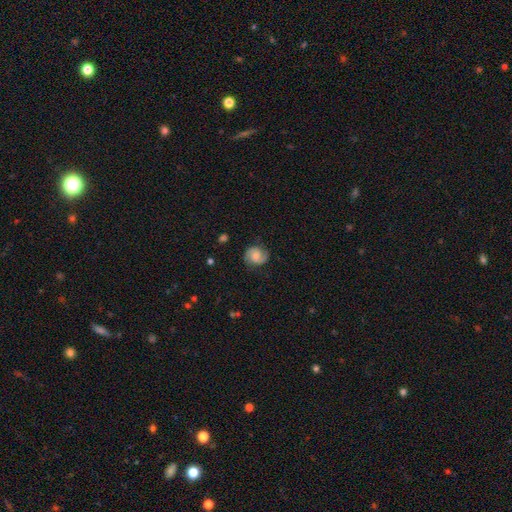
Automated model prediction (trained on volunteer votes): Smooth or featured: featured or disk — 72% (smooth — 20%)
Edge-on disk: no — 98% (yes — 2%)
Bar: no — 57% (weak — 36%)
Spiral arms: yes — 96% (no — 4%)
Spiral winding: medium — 48% (tight — 36%)
Spiral arm count: 2 — 89% (can't tell — 4%)
Bulge size: moderate — 38% (small — 29%)
Merging: none — 80% (minor disturbance — 14%)